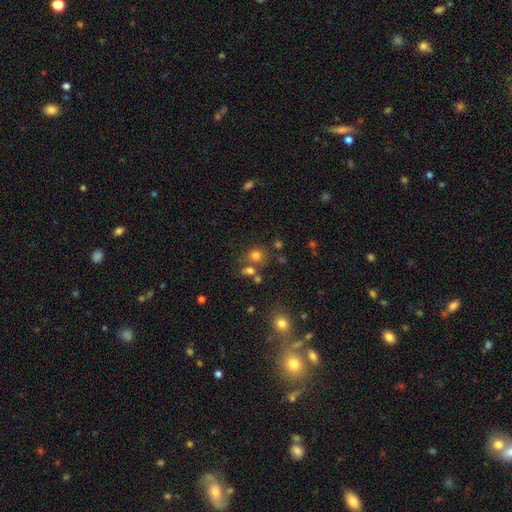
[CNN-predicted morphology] smooth_or_featured: smooth (p=0.73) [alt: star or artifact p=0.17]
how_rounded: round (p=0.73) [alt: in between p=0.26]
merging: none (p=0.58) [alt: merger p=0.24]